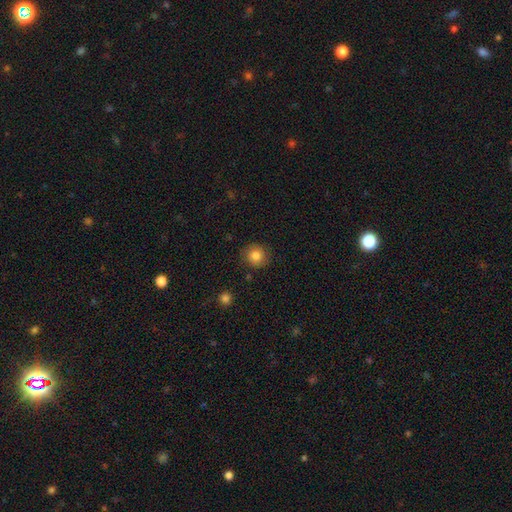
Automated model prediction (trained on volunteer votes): Morphology: type=smooth (82%); roundness=round (89%); merging=none (87%).